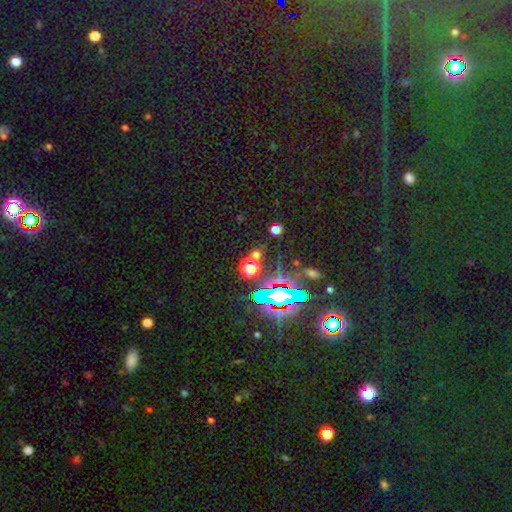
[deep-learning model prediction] Morphology: type=star or artifact (51%).